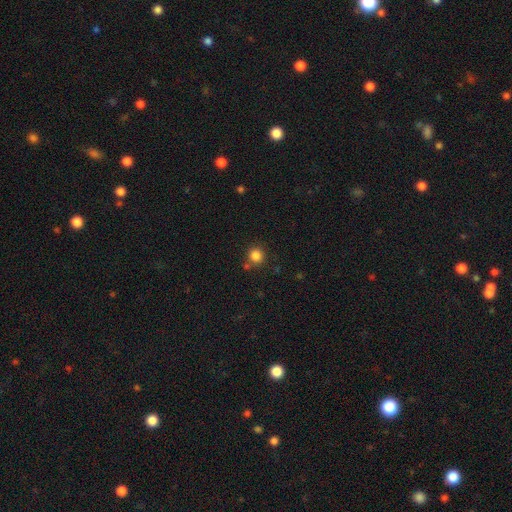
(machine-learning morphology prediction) Smooth or featured?
  - smooth: 84% *
  - star or artifact: 12%
  - featured or disk: 4%
How rounded?
  - round: 91% *
  - in between: 8%
  - cigar-shaped: 1%
Merging?
  - none: 80% *
  - minor disturbance: 9%
  - merger: 9%
  - major disturbance: 3%